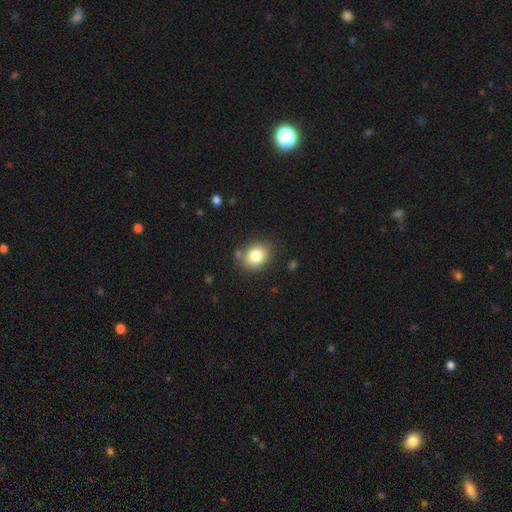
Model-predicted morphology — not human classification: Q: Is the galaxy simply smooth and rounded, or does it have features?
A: smooth — 81%.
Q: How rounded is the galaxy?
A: round — 50%.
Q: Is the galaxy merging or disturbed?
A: none — 78%.